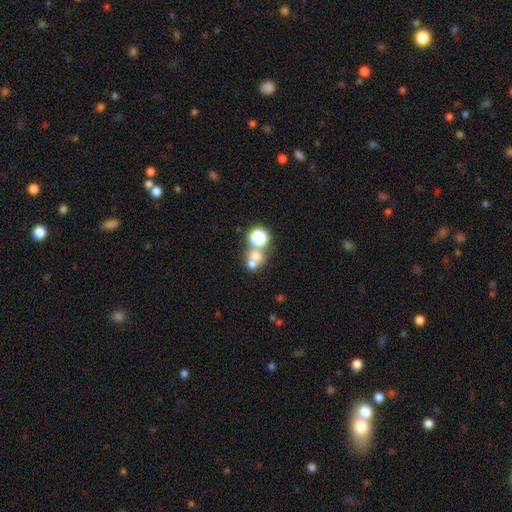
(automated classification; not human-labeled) Q: Smooth or featured?
A: smooth (60%); runner-up: star or artifact (23%)
Q: How rounded?
A: round (78%); runner-up: in between (21%)
Q: Merging?
A: merger (51%); runner-up: none (39%)